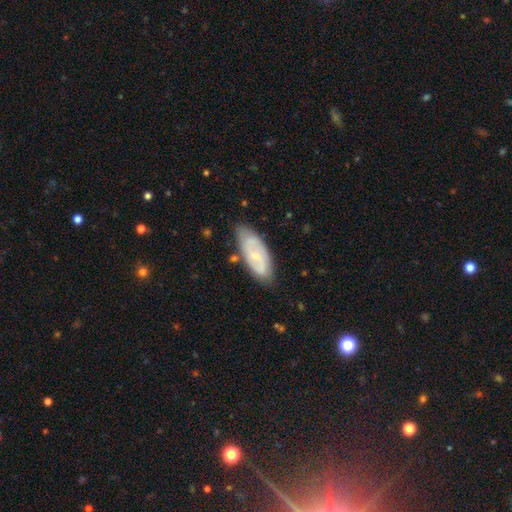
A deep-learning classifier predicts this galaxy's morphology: This appears to be a featured or disk galaxy (59%) with no bar (54%), spiral arms (78%) and a small central bulge (65%). Merging: none (74%).